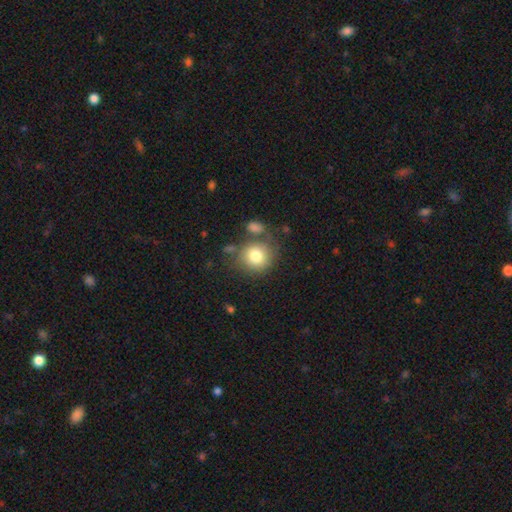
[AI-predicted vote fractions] This is likely a smooth galaxy (79%). How rounded: clearly round (84%). Merging: likely none (63%).